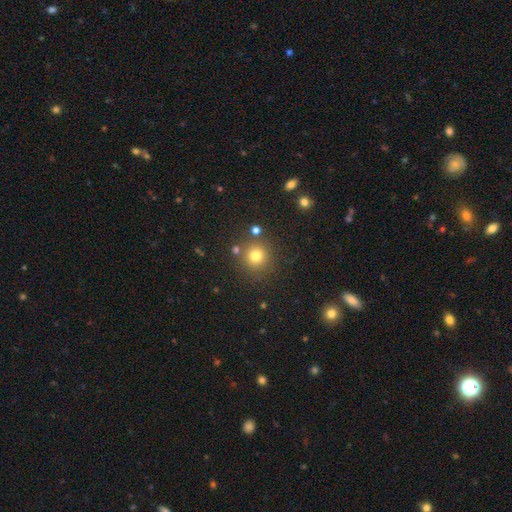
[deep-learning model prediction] Smooth or featured? smooth (77%)
How rounded? round (93%)
Merging? none (83%)